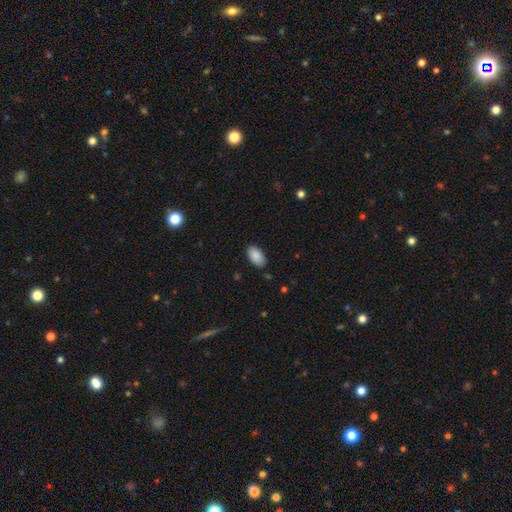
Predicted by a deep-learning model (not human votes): The model was most divided on "merging": none: 85%, minor disturbance: 12%, major disturbance: 2%, merger: 1%. More confident: how rounded — in between (95%); smooth or featured — smooth (89%).